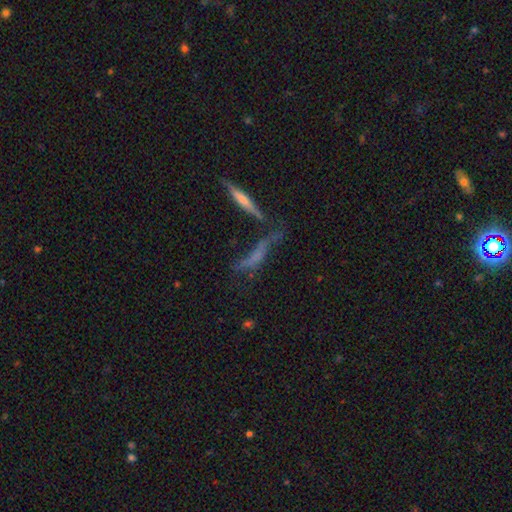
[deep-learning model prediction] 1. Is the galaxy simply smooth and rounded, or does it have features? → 48% featured or disk, 36% smooth, 16% star or artifact.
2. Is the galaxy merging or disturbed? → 36% none, 26% merger, 20% major disturbance, 18% minor disturbance.